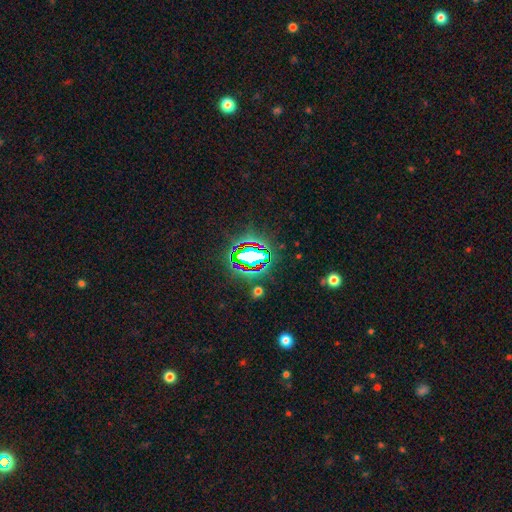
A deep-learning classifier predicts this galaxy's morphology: star or artifact 84%, smooth 9%, featured or disk 7%.